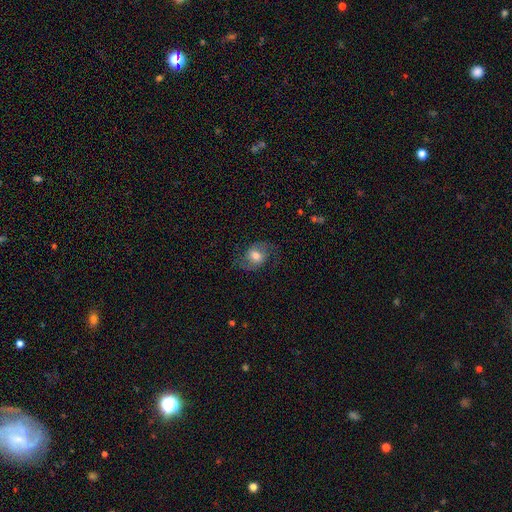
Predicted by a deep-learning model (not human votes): Q: Smooth or featured?
A: featured or disk (47%); runner-up: smooth (44%)
Q: Merging?
A: none (69%); runner-up: minor disturbance (18%)